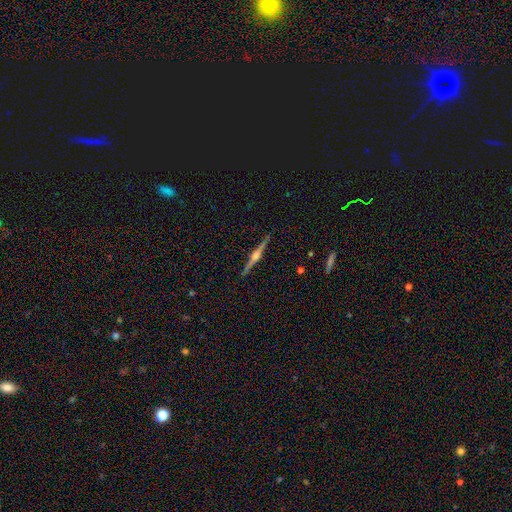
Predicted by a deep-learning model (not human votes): Smooth or featured?
  - featured or disk: 86% *
  - smooth: 8%
  - star or artifact: 5%
Edge-on disk?
  - yes: 99% *
  - no: 1%
Edge-on bulge?
  - rounded: 92% *
  - boxy: 6%
  - none: 3%
Merging?
  - none: 92% *
  - minor disturbance: 6%
  - major disturbance: 1%
  - merger: 1%